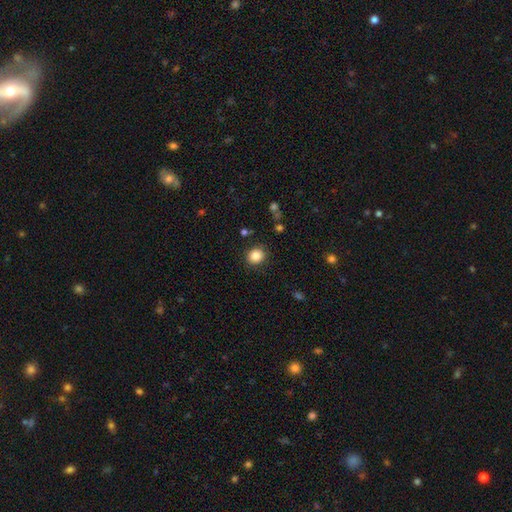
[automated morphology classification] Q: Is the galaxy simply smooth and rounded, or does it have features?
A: smooth — 85%.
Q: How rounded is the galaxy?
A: round — 78%.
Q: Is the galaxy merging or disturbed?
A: none — 89%.